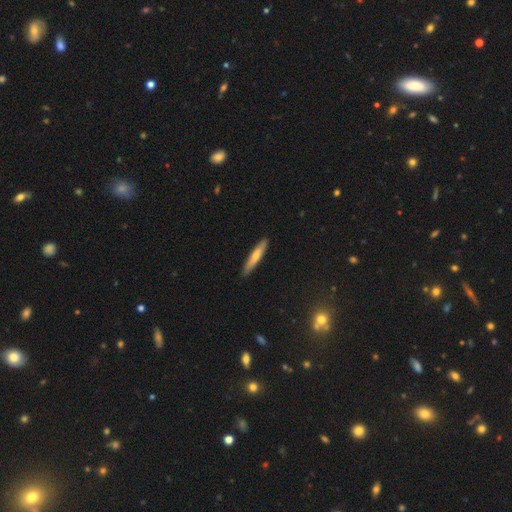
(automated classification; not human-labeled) Smooth or featured? Predicted: smooth (p=0.65). How rounded? Predicted: cigar-shaped (p=0.92). Merging? Predicted: none (p=0.88).